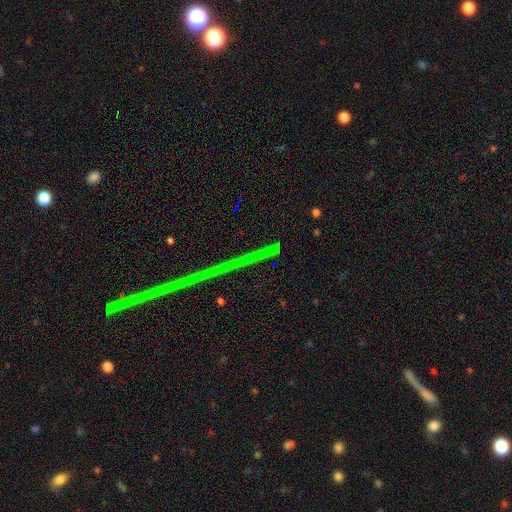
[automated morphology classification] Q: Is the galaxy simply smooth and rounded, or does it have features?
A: star or artifact — 83%.